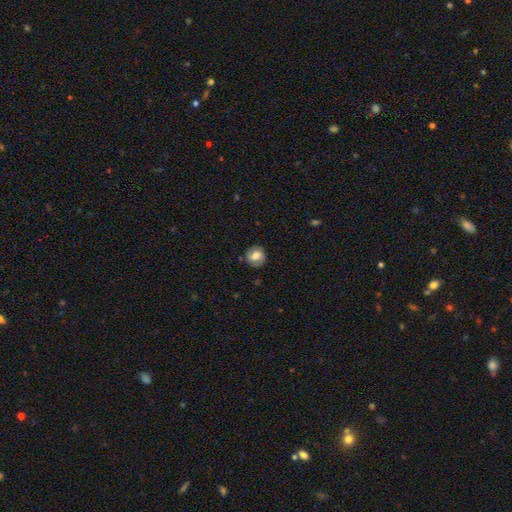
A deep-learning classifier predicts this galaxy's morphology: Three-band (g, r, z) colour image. It shows a smooth galaxy with no disk features (66%) that is round (86%). Merging: none (83%).